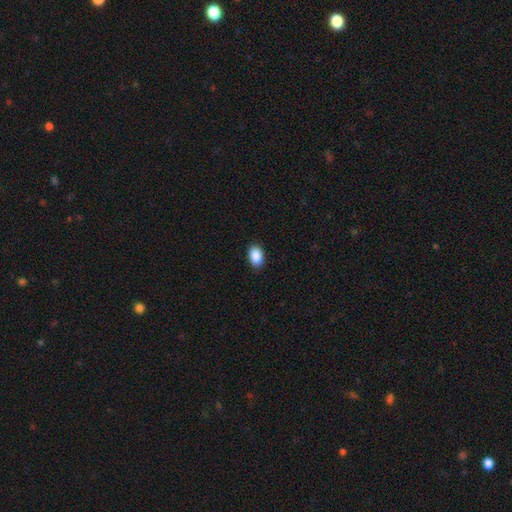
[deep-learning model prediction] Smooth or featured?
  - smooth: 90% *
  - star or artifact: 7%
  - featured or disk: 3%
How rounded?
  - in between: 86% *
  - round: 13%
  - cigar-shaped: 1%
Merging?
  - none: 89% *
  - minor disturbance: 8%
  - major disturbance: 2%
  - merger: 1%